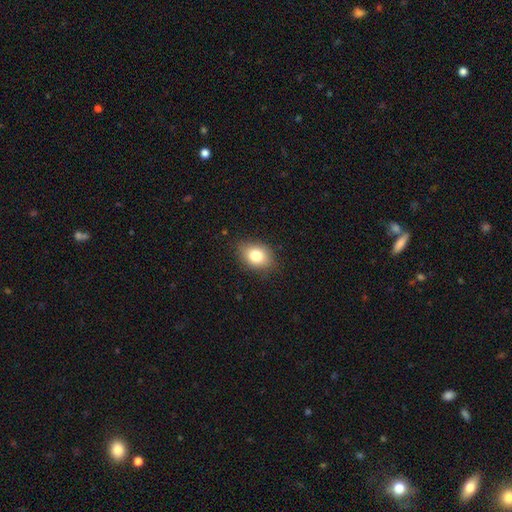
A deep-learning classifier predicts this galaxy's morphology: smooth-or-featured: smooth: 80% | featured or disk: 10% | star or artifact: 10%
  how-rounded: in between: 68% | round: 31% | cigar-shaped: 1%
  merging: none: 83% | minor disturbance: 14% | major disturbance: 3% | merger: 1%